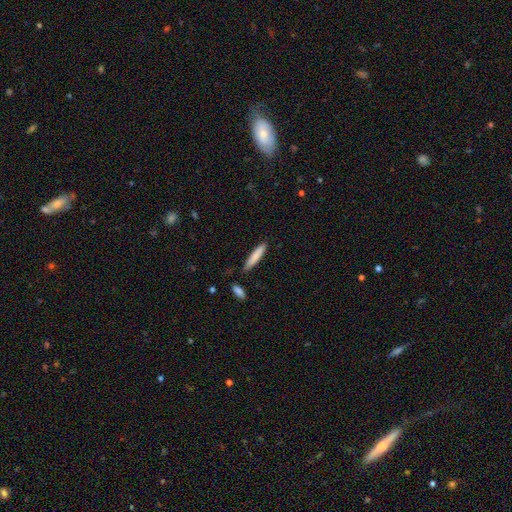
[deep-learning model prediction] The model was most divided on "smooth or featured": smooth: 81%, featured or disk: 13%, star or artifact: 6%. More confident: how rounded — cigar-shaped (89%); merging — none (84%).